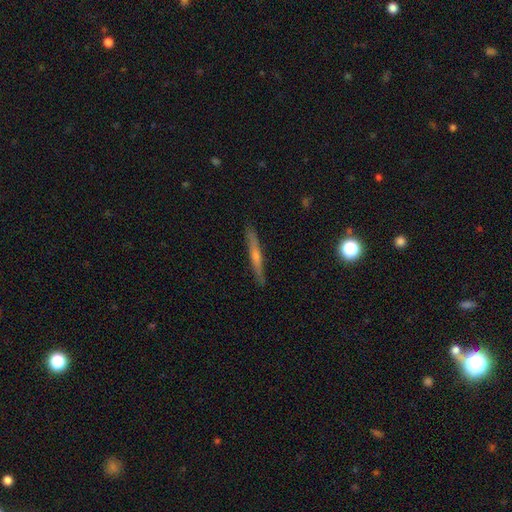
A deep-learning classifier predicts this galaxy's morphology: The model was most divided on "smooth or featured": featured or disk: 61%, smooth: 32%, star or artifact: 7%. More confident: edge-on disk — yes (96%); merging — none (89%); edge-on bulge — rounded (70%).